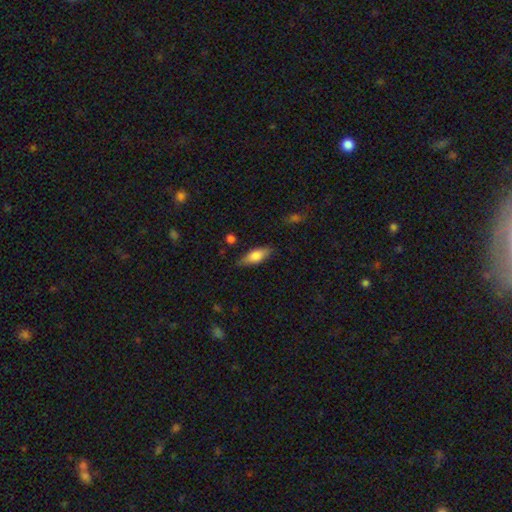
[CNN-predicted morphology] smooth-or-featured: smooth: 66% | featured or disk: 27% | star or artifact: 6%
  how-rounded: in between: 67% | cigar-shaped: 30% | round: 3%
  merging: none: 81% | minor disturbance: 14% | major disturbance: 3% | merger: 2%